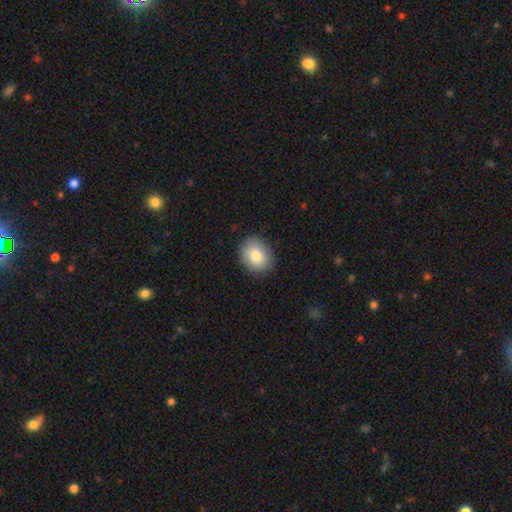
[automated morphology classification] A smooth galaxy with no disk features (83%) that is in between round and cigar-shaped (53%).

Vote fractions:
- Smooth or featured? smooth: 83% / featured or disk: 10% / star or artifact: 8%
- How rounded? in between: 53% / round: 46% / cigar-shaped: 1%
- Merging? none: 87% / minor disturbance: 10% / major disturbance: 2% / merger: 1%